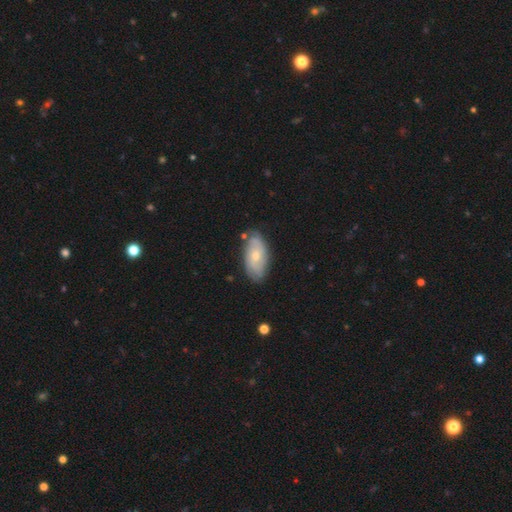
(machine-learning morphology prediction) featured or disk 51%, smooth 43%, star or artifact 6%. Down the decision tree: edge-on disk — no (91%); merging — none (75%).